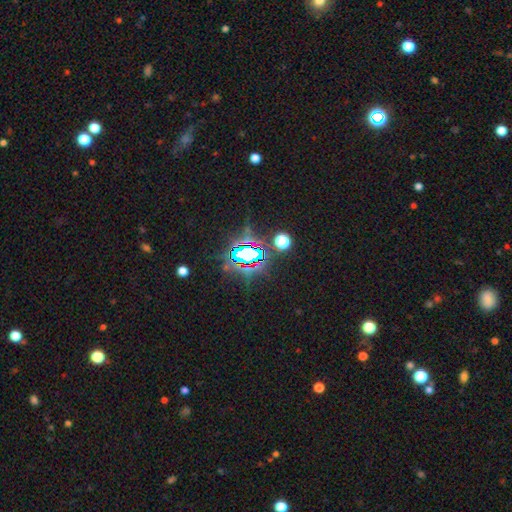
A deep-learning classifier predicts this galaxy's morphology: Smooth or featured? star or artifact (76%)